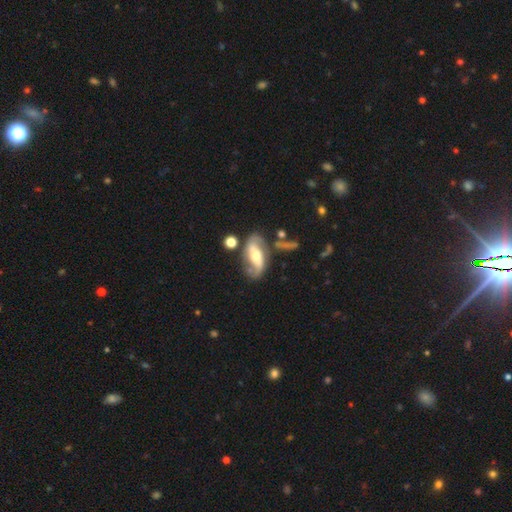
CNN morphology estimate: A featured or disk galaxy (77%) with a strong bar (39%), 2 (88%) loose (54%) spiral arms (87%) and a moderate central bulge (65%).

Vote fractions:
- Smooth or featured? featured or disk: 77% / smooth: 17% / star or artifact: 6%
- Edge-on disk? no: 91% / yes: 9%
- Bar? strong: 39% / weak: 32% / no: 29%
- Spiral arms? yes: 87% / no: 13%
- Spiral winding? loose: 54% / medium: 33% / tight: 13%
- Spiral arm count? 2: 88% / can't tell: 6% / 1: 4% / 3: 1% / 4: 1% / more than 4: 1%
- Bulge size? moderate: 65% / small: 20% / large: 12% / none: 2% / dominant: 2%
- Merging? none: 64% / minor disturbance: 18% / merger: 9% / major disturbance: 9%